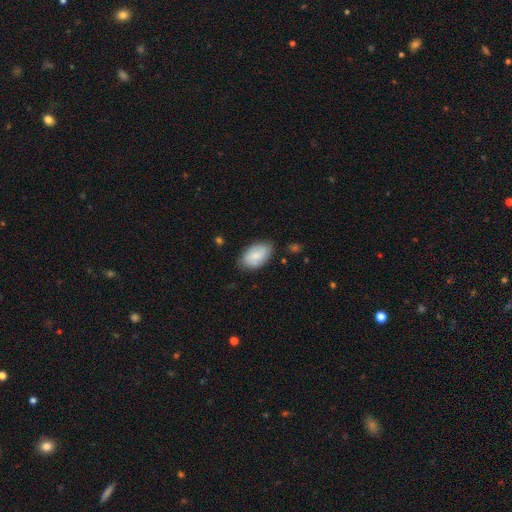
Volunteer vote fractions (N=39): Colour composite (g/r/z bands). It shows a smooth galaxy with no disk features (72%) that is in between round and cigar-shaped (96%). Merging: none (78%).